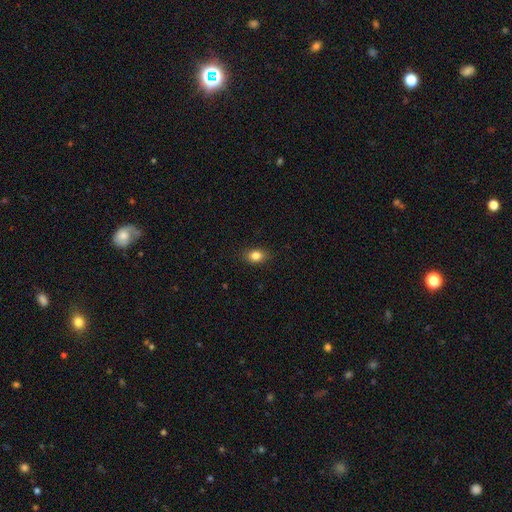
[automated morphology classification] Overall: smooth (83%). How rounded: in between (73%). Merging: none (87%).